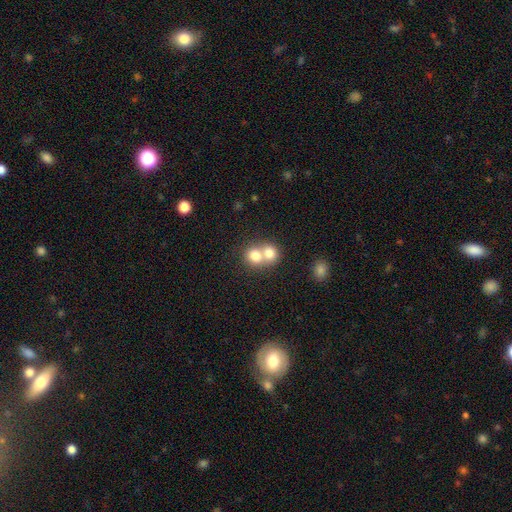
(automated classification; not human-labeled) Q: Smooth or featured?
A: smooth (75%); runner-up: featured or disk (15%)
Q: How rounded?
A: round (75%); runner-up: in between (25%)
Q: Merging?
A: merger (68%); runner-up: none (26%)